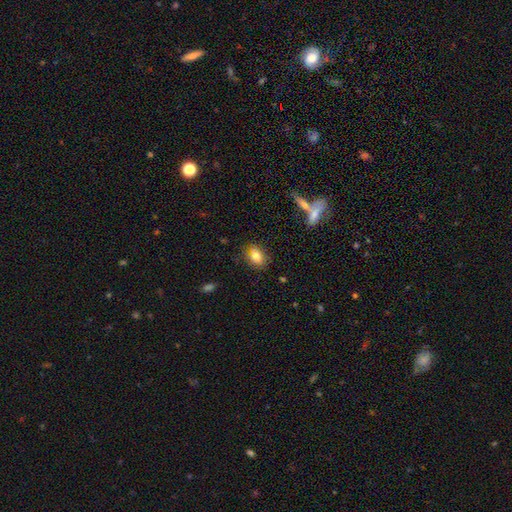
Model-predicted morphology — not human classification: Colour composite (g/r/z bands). It shows a smooth galaxy with no disk features (78%) that is in between round and cigar-shaped (80%). Merging: none (80%).